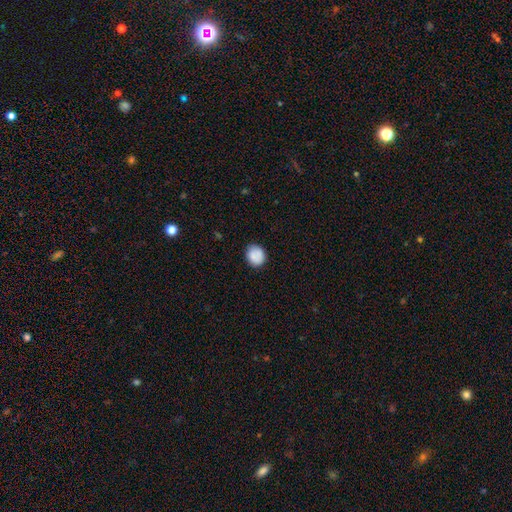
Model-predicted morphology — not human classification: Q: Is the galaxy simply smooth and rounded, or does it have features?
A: smooth — 85%.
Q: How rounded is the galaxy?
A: round — 71%.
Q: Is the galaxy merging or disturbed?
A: none — 82%.